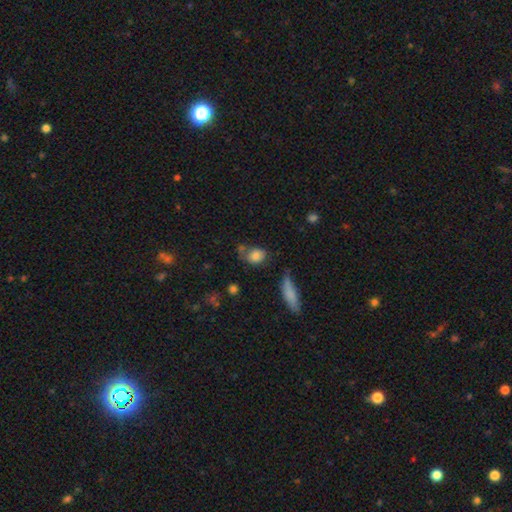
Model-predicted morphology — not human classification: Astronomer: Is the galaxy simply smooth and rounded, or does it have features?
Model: smooth — 80%.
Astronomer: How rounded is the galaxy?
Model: in between — 67%.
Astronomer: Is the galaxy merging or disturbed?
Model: none — 51%.